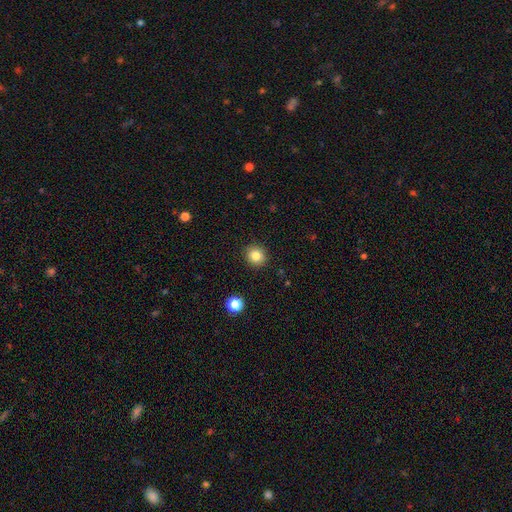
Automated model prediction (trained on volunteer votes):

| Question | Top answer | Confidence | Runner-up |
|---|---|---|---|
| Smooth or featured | smooth | 82% | star or artifact (11%) |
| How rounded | round | 88% | in between (12%) |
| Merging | none | 91% | minor disturbance (6%) |